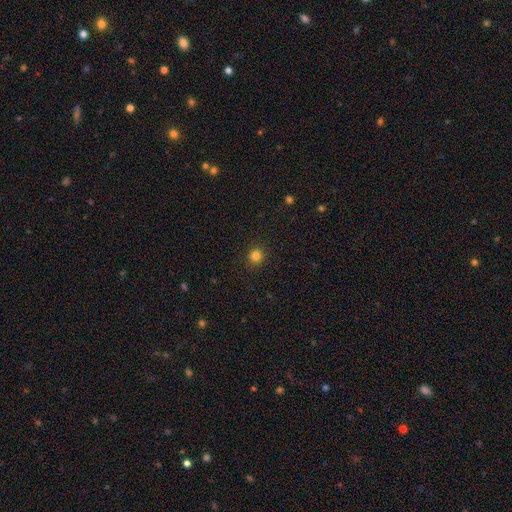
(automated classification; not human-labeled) smooth_or_featured: smooth (p=0.82) [alt: star or artifact p=0.13]
how_rounded: round (p=0.92) [alt: in between p=0.07]
merging: none (p=0.92) [alt: minor disturbance p=0.05]